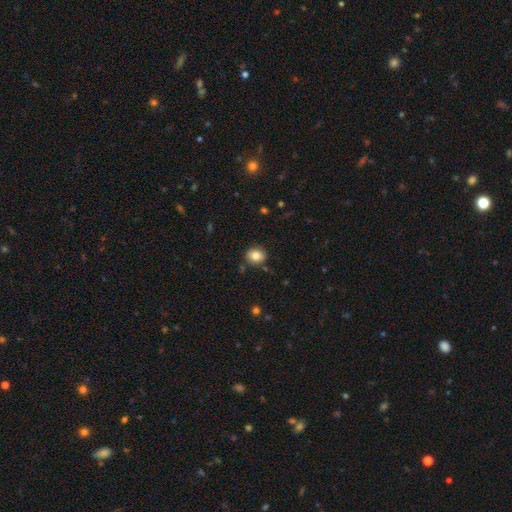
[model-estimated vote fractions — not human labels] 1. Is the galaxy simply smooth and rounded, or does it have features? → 82% smooth, 10% star or artifact, 8% featured or disk.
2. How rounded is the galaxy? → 67% round, 32% in between, 1% cigar-shaped.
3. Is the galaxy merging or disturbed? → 83% none, 12% minor disturbance, 3% merger, 3% major disturbance.